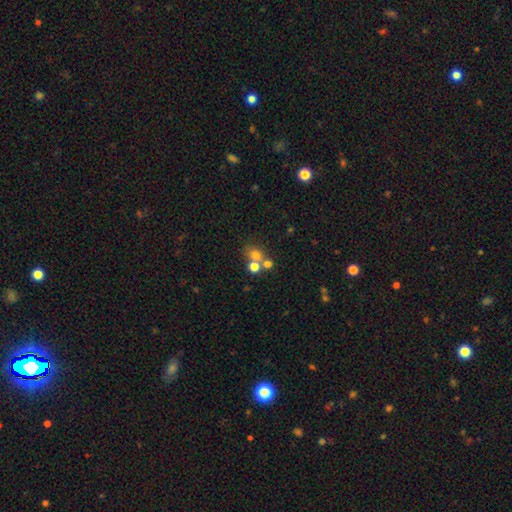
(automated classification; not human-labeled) Smooth or featured?
  - smooth: 66% *
  - star or artifact: 19%
  - featured or disk: 15%
How rounded?
  - round: 74% *
  - in between: 25%
  - cigar-shaped: 1%
Merging?
  - none: 45% *
  - merger: 42%
  - minor disturbance: 8%
  - major disturbance: 5%